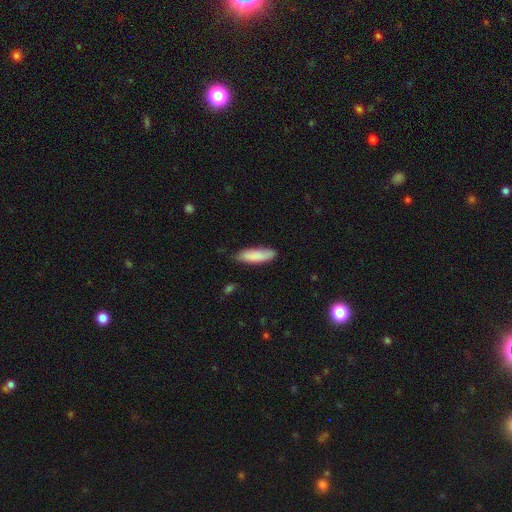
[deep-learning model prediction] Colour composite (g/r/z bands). It shows a smooth galaxy with no disk features (86%) that is cigar-shaped (53%). Merging: none (75%).